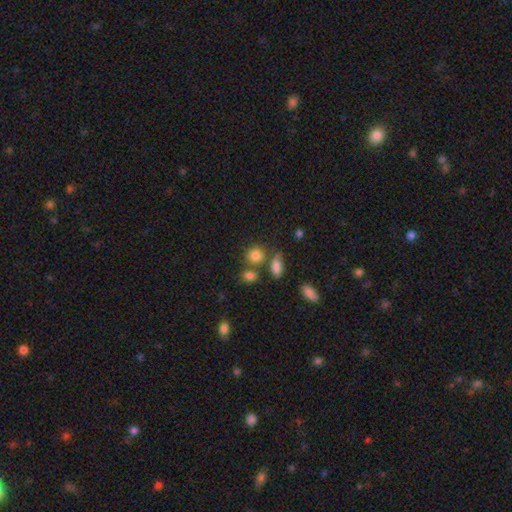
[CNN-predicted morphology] smooth 82%, star or artifact 11%, featured or disk 7%. Down the decision tree: how rounded — round (76%); merging — none (63%).